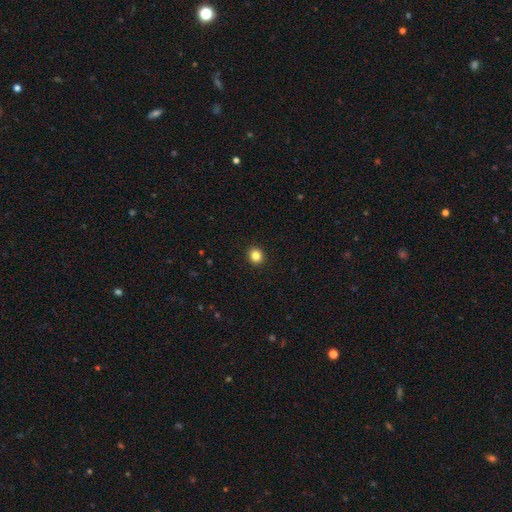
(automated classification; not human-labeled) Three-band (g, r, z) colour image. It shows a smooth galaxy with no disk features (84%) that is round (86%). Merging: none (93%).